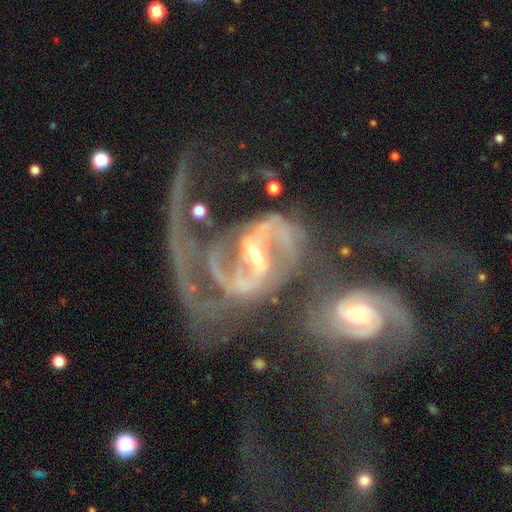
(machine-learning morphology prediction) Overall: featured or disk (90%). Edge-on disk: no (97%). Bar: strong (43%; weak 40%). Spiral arms: yes (95%). Spiral arm count: 2 (72%). Spiral winding: medium (43%; loose 31%). Bulge size: small (51%; moderate 40%). Merging: merger (60%).